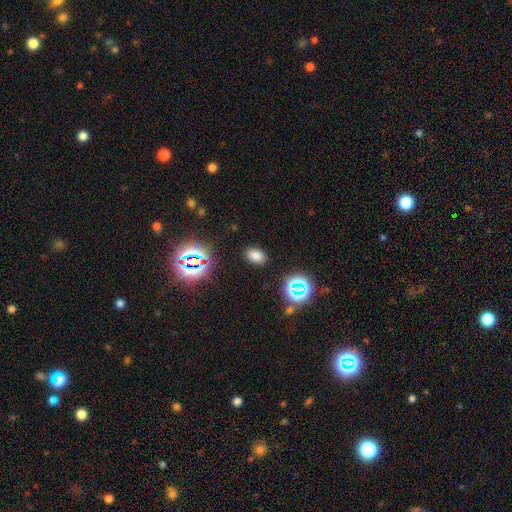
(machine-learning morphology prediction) type=smooth (74%); roundness=in between (85%); merging=none (87%).